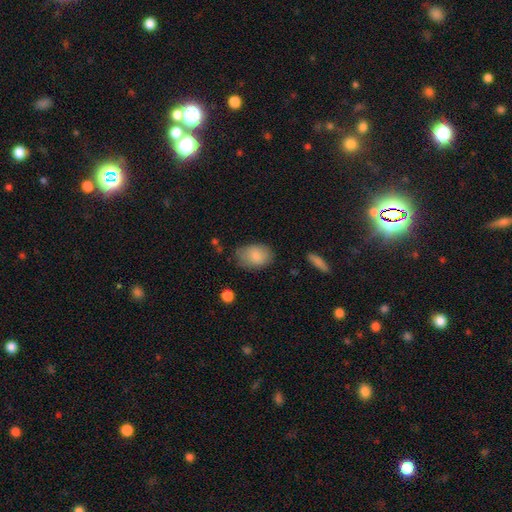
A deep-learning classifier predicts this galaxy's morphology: smooth-or-featured: smooth: 83% | featured or disk: 10% | star or artifact: 7%
  how-rounded: in between: 83% | round: 16% | cigar-shaped: 1%
  merging: none: 69% | minor disturbance: 23% | major disturbance: 6% | merger: 2%